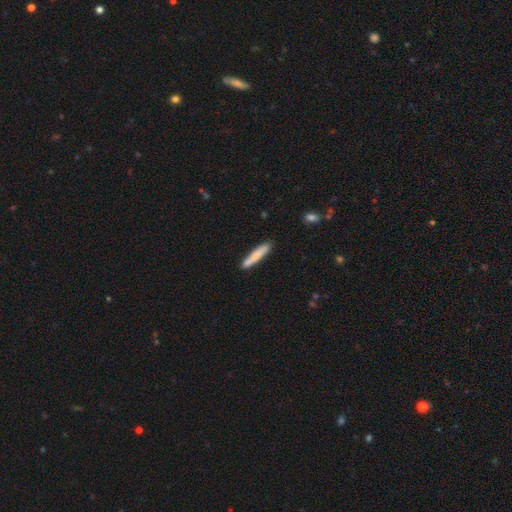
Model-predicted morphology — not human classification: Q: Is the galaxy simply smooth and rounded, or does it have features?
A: smooth — 78%.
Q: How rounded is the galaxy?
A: cigar-shaped — 92%.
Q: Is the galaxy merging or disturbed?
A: none — 83%.